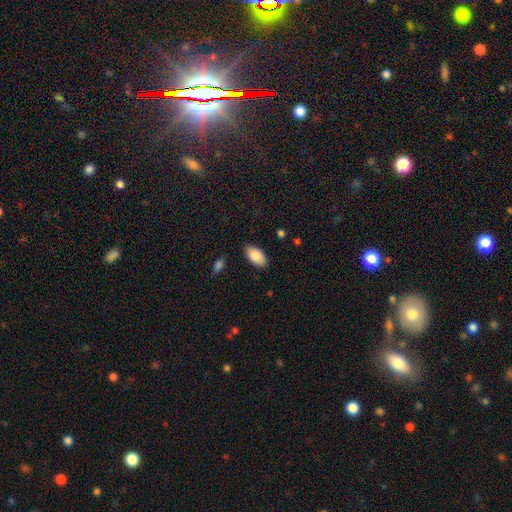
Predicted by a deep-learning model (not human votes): Smooth or featured? Predicted: smooth (p=0.86). How rounded? Predicted: in between (p=0.95). Merging? Predicted: none (p=0.85).